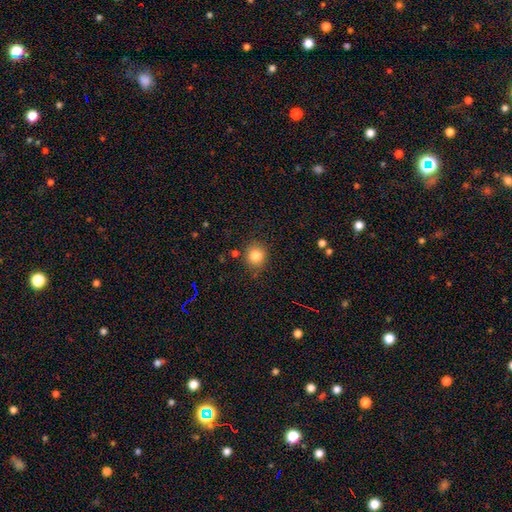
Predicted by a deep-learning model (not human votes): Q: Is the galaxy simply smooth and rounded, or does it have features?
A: smooth — 83%.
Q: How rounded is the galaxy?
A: round — 80%.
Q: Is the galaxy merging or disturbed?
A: none — 83%.